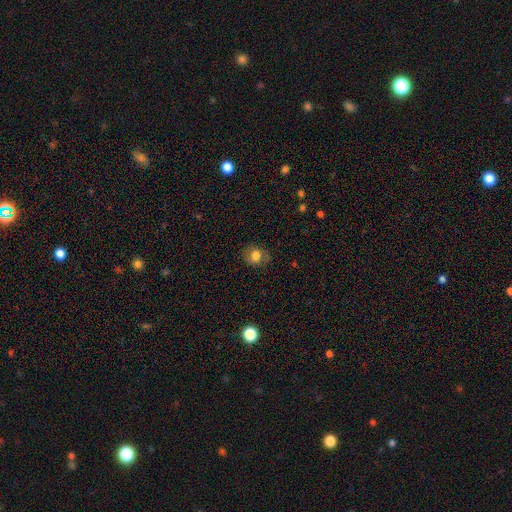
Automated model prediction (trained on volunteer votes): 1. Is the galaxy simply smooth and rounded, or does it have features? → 74% smooth, 16% featured or disk, 11% star or artifact.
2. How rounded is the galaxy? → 63% round, 36% in between, 1% cigar-shaped.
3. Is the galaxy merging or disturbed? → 77% none, 16% minor disturbance, 6% major disturbance, 1% merger.